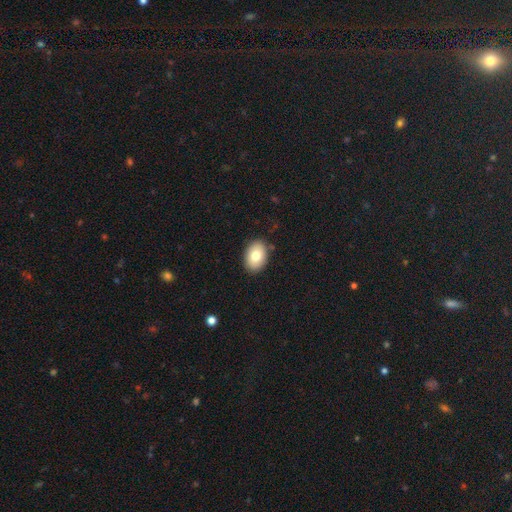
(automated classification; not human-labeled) Overall: smooth (79%). How rounded: in between (84%). Merging: none (88%).